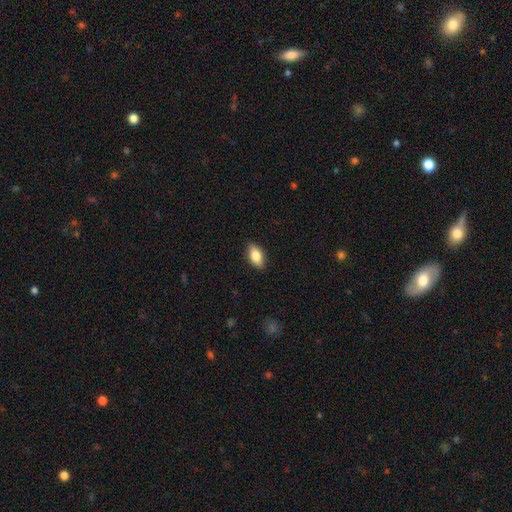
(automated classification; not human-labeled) Q: Smooth or featured?
A: smooth (80%); runner-up: featured or disk (13%)
Q: How rounded?
A: in between (88%); runner-up: cigar-shaped (8%)
Q: Merging?
A: none (87%); runner-up: minor disturbance (10%)